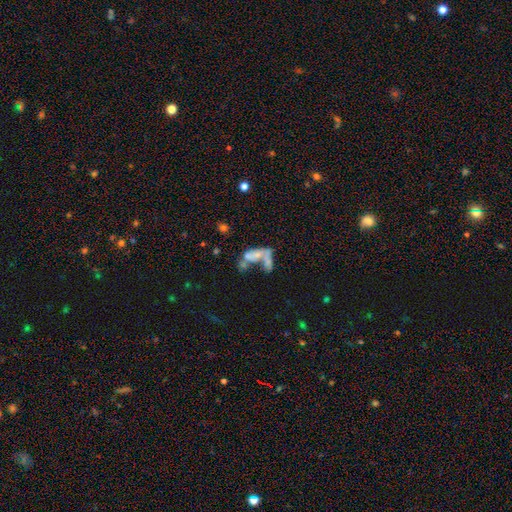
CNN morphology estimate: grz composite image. It shows a smooth galaxy with no disk features (44%). Merging: merger (60%).